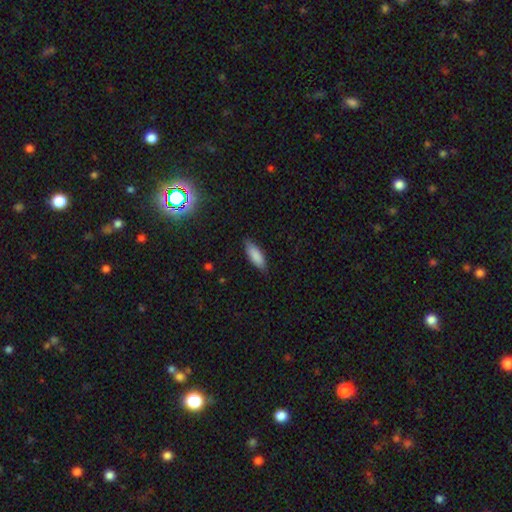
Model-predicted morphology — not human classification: Overall: smooth (87%). How rounded: in between (68%; cigar-shaped 31%). Merging: none (84%).